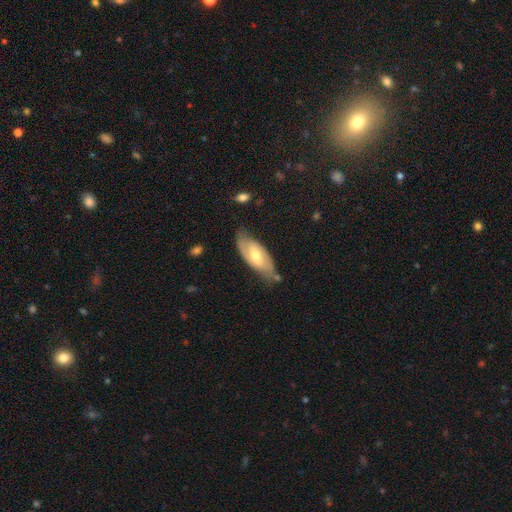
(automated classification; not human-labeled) Q: Smooth or featured?
A: featured or disk (59%); runner-up: smooth (35%)
Q: Edge-on disk?
A: no (85%); runner-up: yes (15%)
Q: Bar?
A: weak (47%); runner-up: no (34%)
Q: Spiral arms?
A: yes (74%); runner-up: no (26%)
Q: Bulge size?
A: moderate (63%); runner-up: small (30%)
Q: Merging?
A: none (67%); runner-up: minor disturbance (24%)